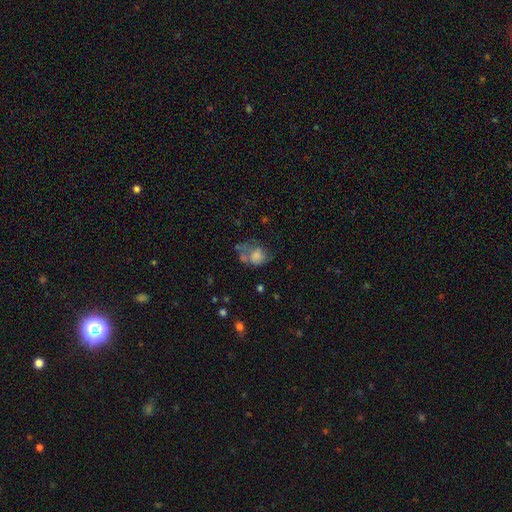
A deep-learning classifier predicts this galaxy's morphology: This is possibly a smooth galaxy (59%). How rounded: possibly in between (52%). Merging: marginally major disturbance (32%).